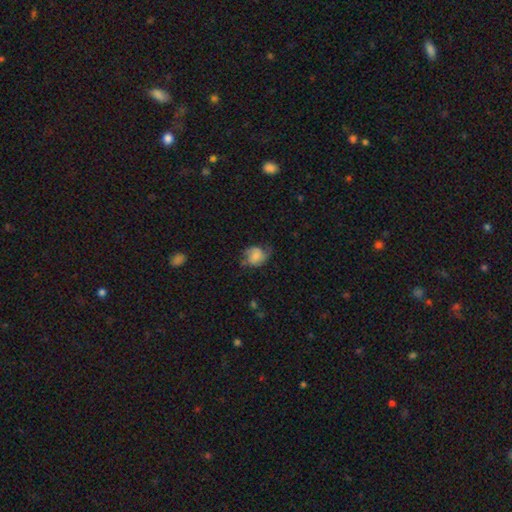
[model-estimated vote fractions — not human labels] smooth 52%, featured or disk 40%, star or artifact 9%. Down the decision tree: how rounded — round (55%); merging — none (50%).